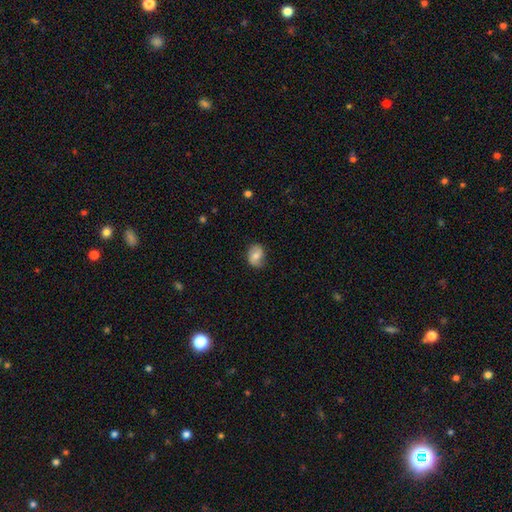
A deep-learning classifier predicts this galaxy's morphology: smooth-or-featured: smooth: 67% | featured or disk: 25% | star or artifact: 8%
  how-rounded: in between: 63% | round: 36% | cigar-shaped: 1%
  merging: none: 76% | minor disturbance: 19% | major disturbance: 4% | merger: 1%